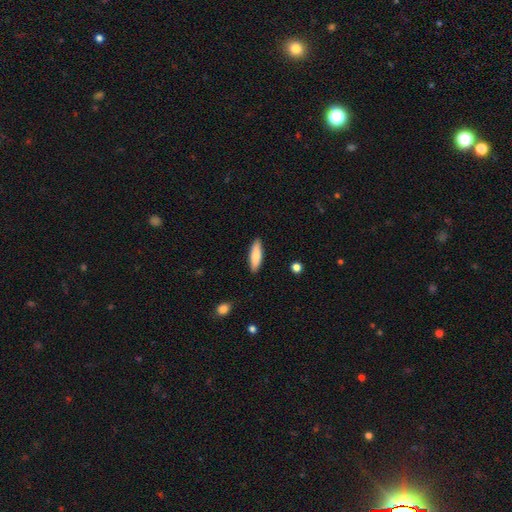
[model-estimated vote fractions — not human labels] The model was most divided on "how rounded": cigar-shaped: 61%, in between: 37%, round: 2%. More confident: merging — none (88%); smooth or featured — smooth (82%).